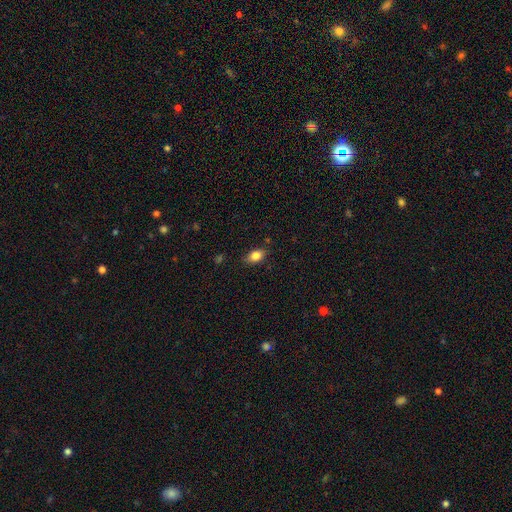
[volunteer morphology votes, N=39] Smooth or featured?
  - smooth: 79% *
  - featured or disk: 10%
  - star or artifact: 10%
How rounded?
  - in between: 77% *
  - round: 19%
  - cigar-shaped: 3%
Merging?
  - none: 91% *
  - minor disturbance: 9%
  - major disturbance: 0%
  - merger: 0%